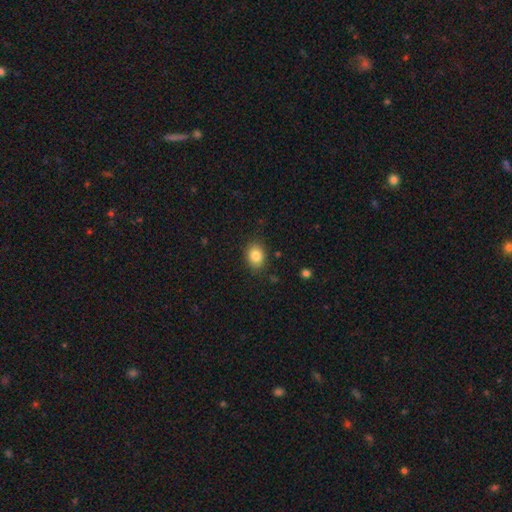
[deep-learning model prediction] Smooth or featured? smooth (85%)
How rounded? in between (60%)
Merging? none (85%)